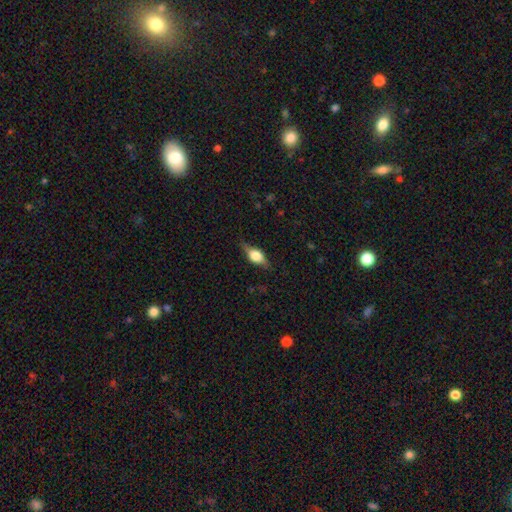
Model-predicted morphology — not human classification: A featured or disk galaxy (47%). Merging: none (77%).